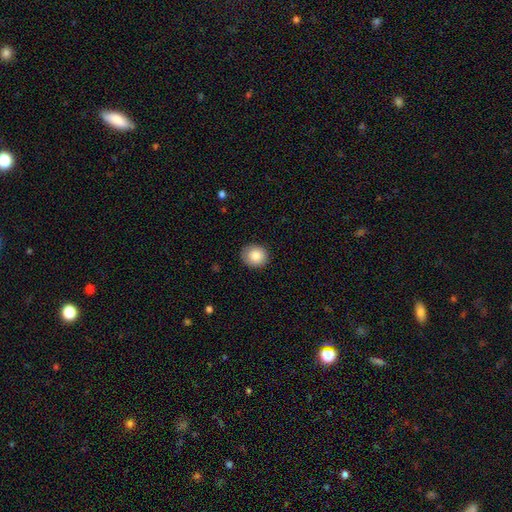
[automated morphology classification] Smooth or featured: smooth — 85% (star or artifact — 8%)
How rounded: round — 82% (in between — 17%)
Merging: none — 88% (minor disturbance — 9%)